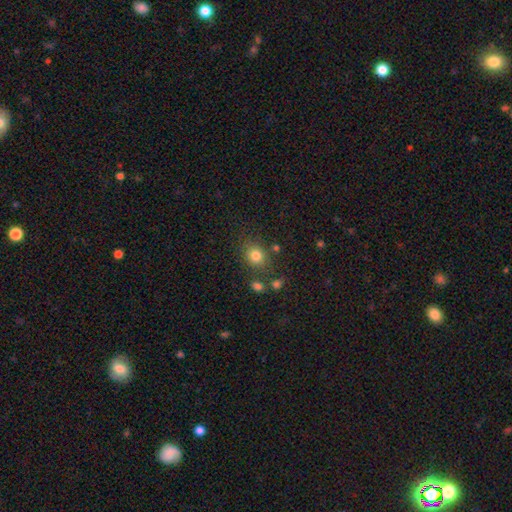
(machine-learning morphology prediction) This appears to be a smooth galaxy with no disk features (81%) that is round (64%). Merging: none (75%).